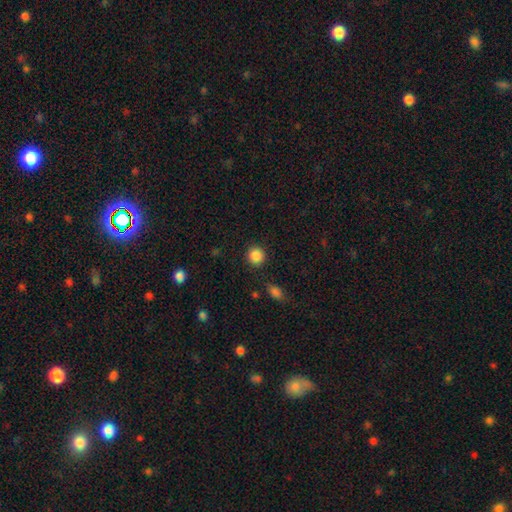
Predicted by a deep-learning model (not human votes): Smooth or featured? Predicted: smooth (p=0.87). How rounded? Predicted: round (p=0.90). Merging? Predicted: none (p=0.89).